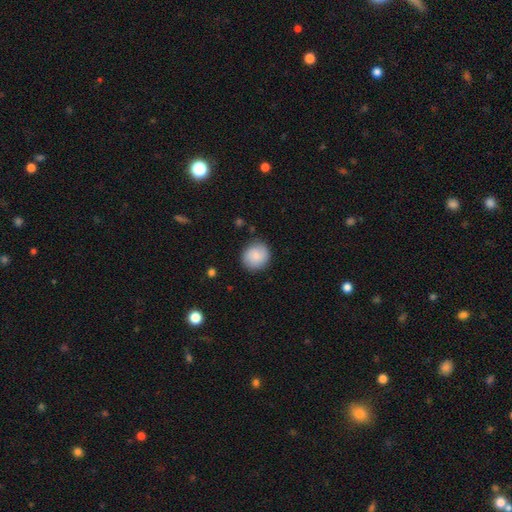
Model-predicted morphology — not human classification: smooth-or-featured: smooth: 83% | featured or disk: 10% | star or artifact: 7%
  how-rounded: round: 88% | in between: 11% | cigar-shaped: 1%
  merging: none: 86% | minor disturbance: 10% | major disturbance: 3% | merger: 1%